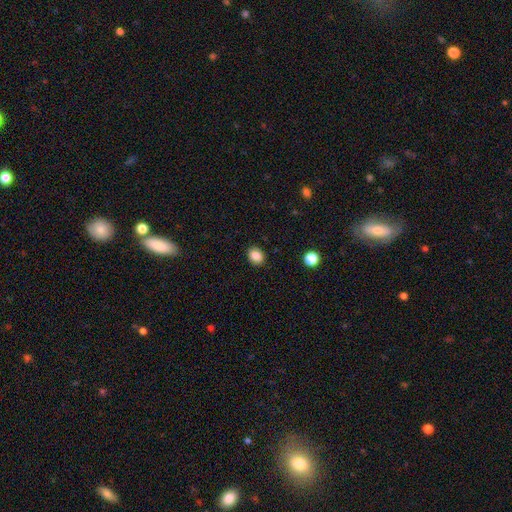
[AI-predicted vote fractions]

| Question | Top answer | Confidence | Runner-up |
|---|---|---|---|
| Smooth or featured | smooth | 86% | star or artifact (10%) |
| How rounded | in between | 54% | round (46%) |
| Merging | none | 90% | minor disturbance (7%) |